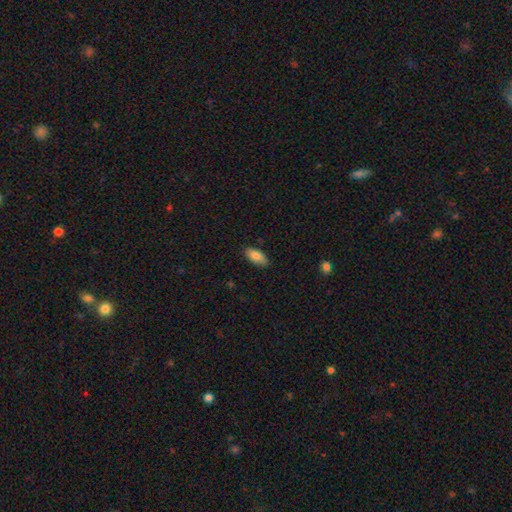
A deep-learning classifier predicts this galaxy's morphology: A smooth galaxy with no disk features (84%) that is in between round and cigar-shaped (88%).

Vote fractions:
- Smooth or featured? smooth: 84% / featured or disk: 9% / star or artifact: 7%
- How rounded? in between: 88% / cigar-shaped: 10% / round: 2%
- Merging? none: 84% / minor disturbance: 13% / major disturbance: 2% / merger: 1%